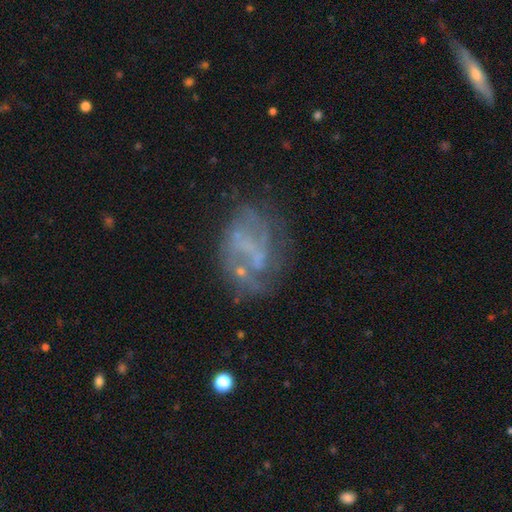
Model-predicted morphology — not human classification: A featured or disk galaxy (65%) with no bar (60%), no spiral arms (60%) and no central bulge (68%).

Vote fractions:
- Smooth or featured? featured or disk: 65% / smooth: 20% / star or artifact: 15%
- Edge-on disk? no: 97% / yes: 3%
- Bar? no: 60% / weak: 27% / strong: 13%
- Spiral arms? no: 60% / yes: 40%
- Bulge size? none: 68% / small: 22% / moderate: 7% / large: 1% / dominant: 1%
- Merging? none: 54% / minor disturbance: 20% / major disturbance: 20% / merger: 7%